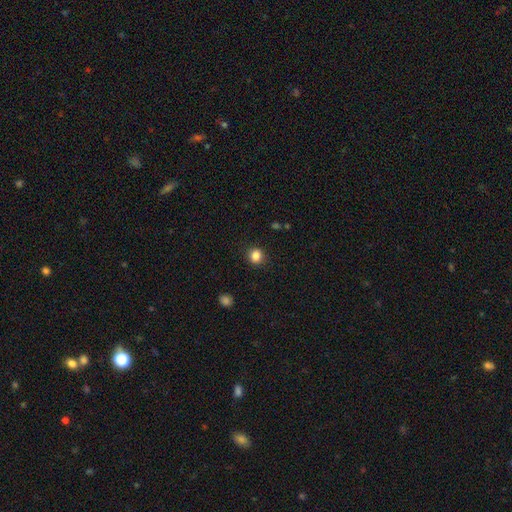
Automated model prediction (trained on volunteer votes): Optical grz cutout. It shows a smooth galaxy with no disk features (85%) that is round (87%). Merging: none (91%).